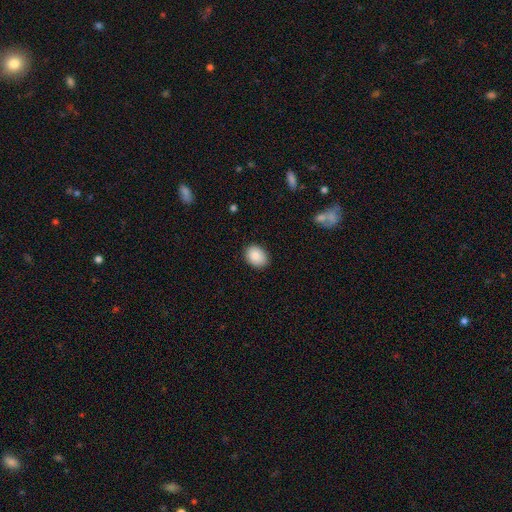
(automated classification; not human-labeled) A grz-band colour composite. It shows a smooth galaxy with no disk features (88%) that is in between round and cigar-shaped (65%). Merging: none (87%).